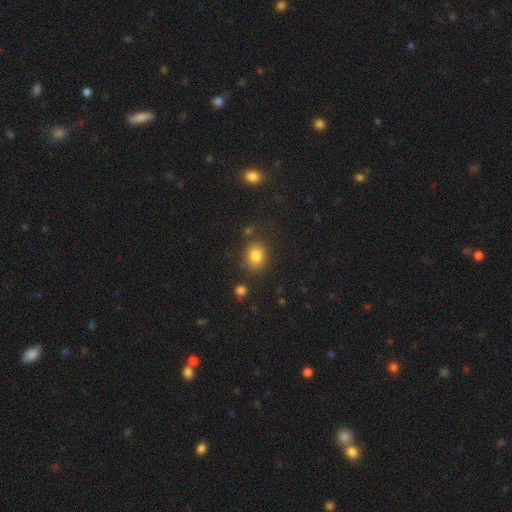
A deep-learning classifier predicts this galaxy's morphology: Overall: smooth (82%). How rounded: round (55%; in between 44%). Merging: none (78%).